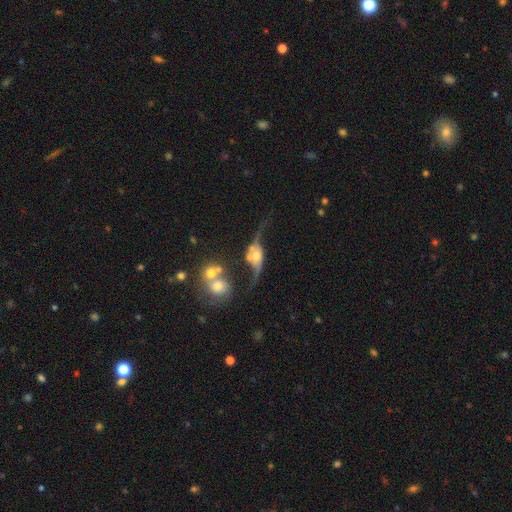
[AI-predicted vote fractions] Overall: featured or disk (80%). Edge-on disk: no (87%). Bar: no (64%; weak 26%). Spiral arms: yes (86%). Spiral arm count: 2 (90%). Spiral winding: loose (91%). Bulge size: moderate (50%; small 23%). Merging: none (34%; major disturbance 24%).